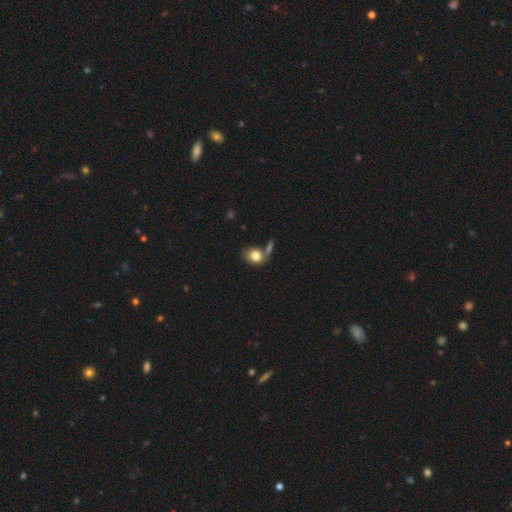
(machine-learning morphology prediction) smooth-or-featured: smooth: 80% | featured or disk: 12% | star or artifact: 8%
  how-rounded: in between: 55% | round: 44% | cigar-shaped: 1%
  merging: none: 45% | merger: 29% | minor disturbance: 17% | major disturbance: 9%